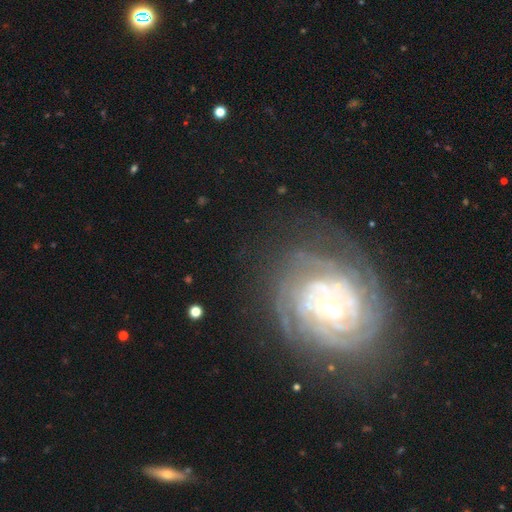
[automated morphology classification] Q: Smooth or featured?
A: featured or disk (84%); runner-up: star or artifact (9%)
Q: Edge-on disk?
A: no (96%); runner-up: yes (4%)
Q: Bar?
A: strong (38%); runner-up: weak (37%)
Q: Spiral arms?
A: yes (95%); runner-up: no (5%)
Q: Spiral winding?
A: tight (81%); runner-up: medium (16%)
Q: Spiral arm count?
A: can't tell (31%); runner-up: 2 (24%)
Q: Bulge size?
A: small (48%); runner-up: moderate (44%)
Q: Merging?
A: none (77%); runner-up: minor disturbance (14%)